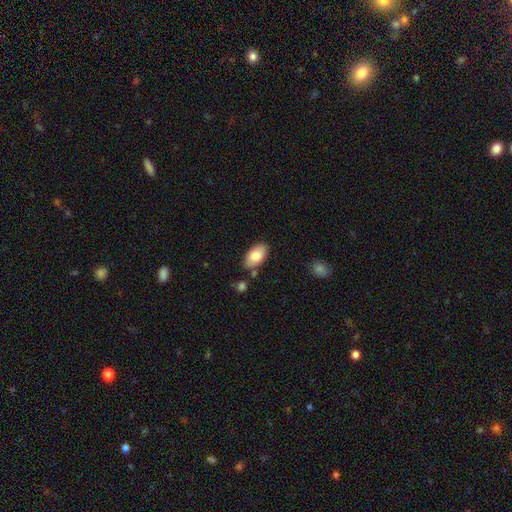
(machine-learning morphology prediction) type=smooth (80%); roundness=in between (94%); merging=none (79%).